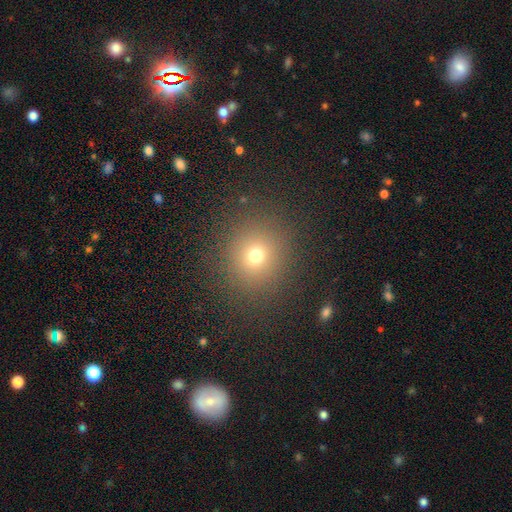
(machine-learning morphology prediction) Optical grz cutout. It shows a smooth galaxy with no disk features (70%) that is round (86%). Merging: none (87%).